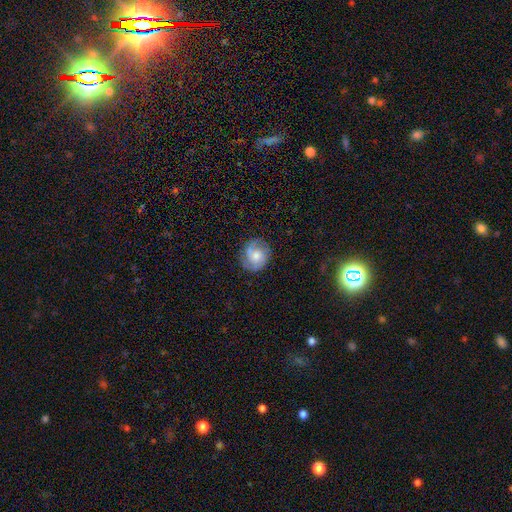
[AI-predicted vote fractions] Smooth or featured? featured or disk (50%)
Edge-on disk? no (97%)
Merging? none (76%)